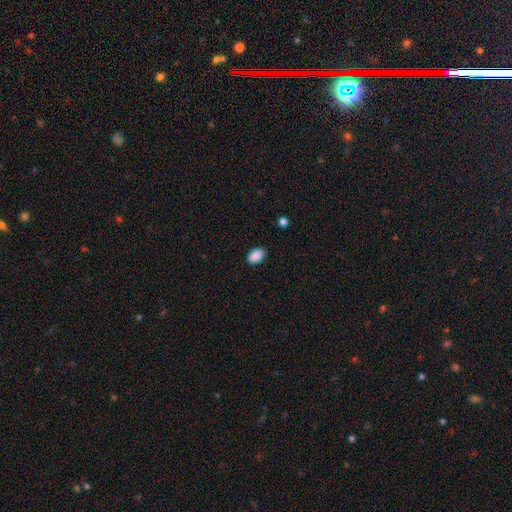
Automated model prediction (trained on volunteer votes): A smooth galaxy with no disk features (89%) that is in between round and cigar-shaped (88%).

Vote fractions:
- Smooth or featured? smooth: 89% / star or artifact: 8% / featured or disk: 3%
- How rounded? in between: 88% / round: 11% / cigar-shaped: 1%
- Merging? none: 86% / minor disturbance: 11% / major disturbance: 2% / merger: 1%